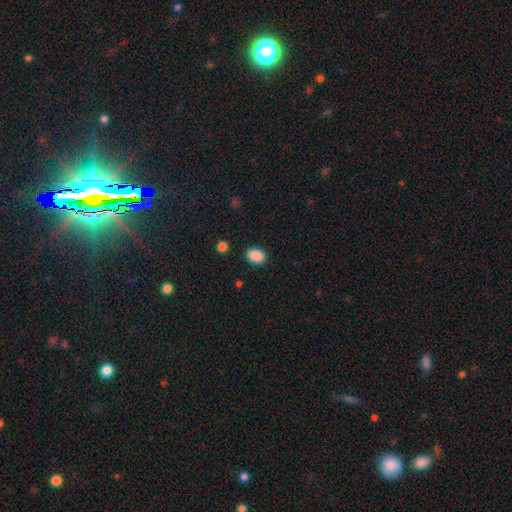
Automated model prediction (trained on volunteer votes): The model was most divided on "how rounded": in between: 69%, round: 30%, cigar-shaped: 1%. More confident: smooth or featured — smooth (89%); merging — none (87%).